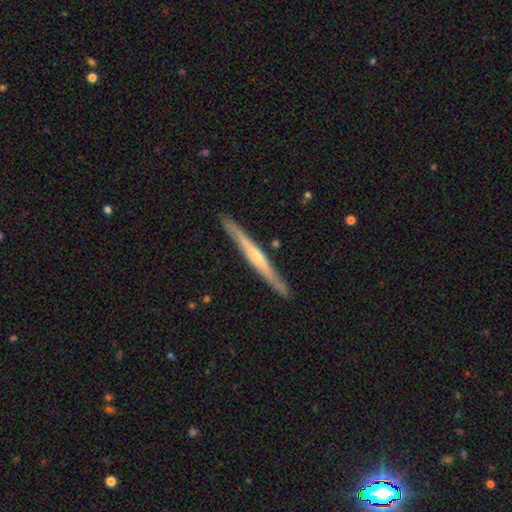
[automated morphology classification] smooth-or-featured: featured or disk: 66% | smooth: 29% | star or artifact: 5%
  disk-edge-on: yes: 97% | no: 3%
    edge-on-bulge: rounded: 54% | none: 38% | boxy: 8%
  merging: none: 89% | minor disturbance: 8% | major disturbance: 1% | merger: 1%